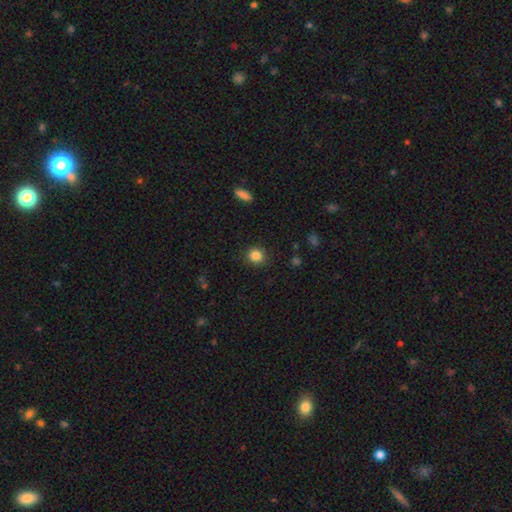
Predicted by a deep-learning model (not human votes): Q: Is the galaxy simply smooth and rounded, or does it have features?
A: smooth — 84%.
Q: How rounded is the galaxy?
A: round — 88%.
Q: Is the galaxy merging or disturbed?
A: none — 90%.